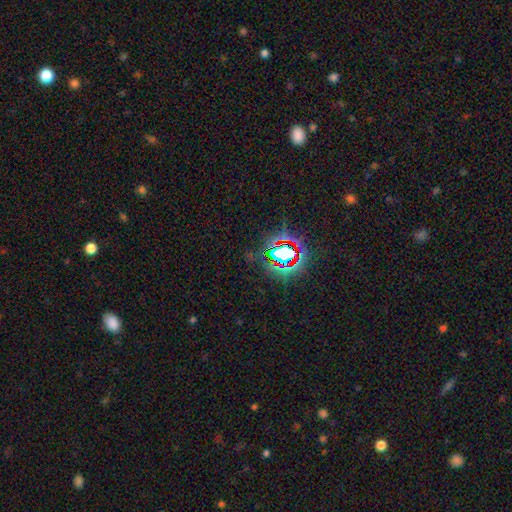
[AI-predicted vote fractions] Smooth or featured? star or artifact (79%)